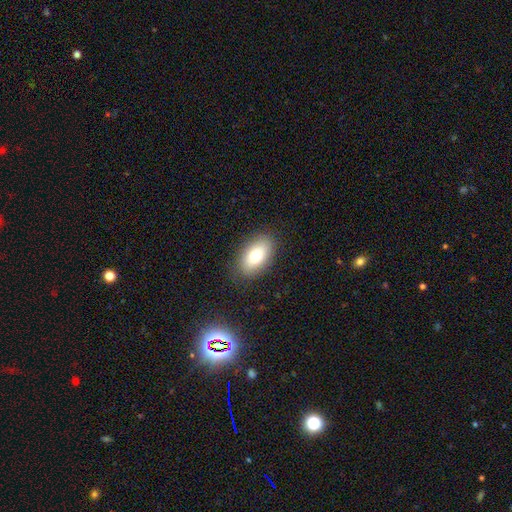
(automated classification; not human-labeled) The model was most divided on "smooth or featured": smooth: 75%, featured or disk: 17%, star or artifact: 8%. More confident: how rounded — in between (91%); merging — none (86%).